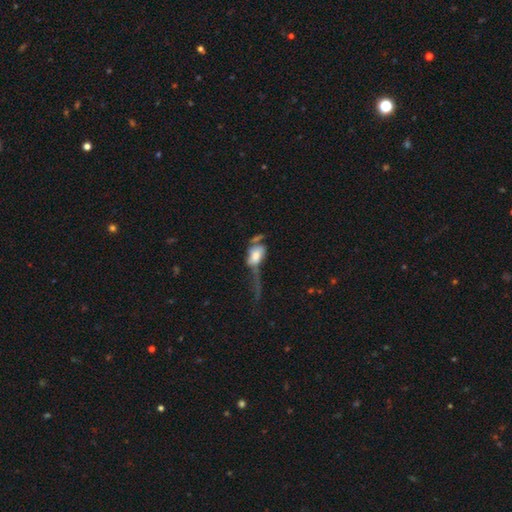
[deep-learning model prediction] Q: Smooth or featured?
A: smooth (53%); runner-up: featured or disk (38%)
Q: How rounded?
A: in between (82%); runner-up: round (12%)
Q: Merging?
A: major disturbance (50%); runner-up: merger (22%)